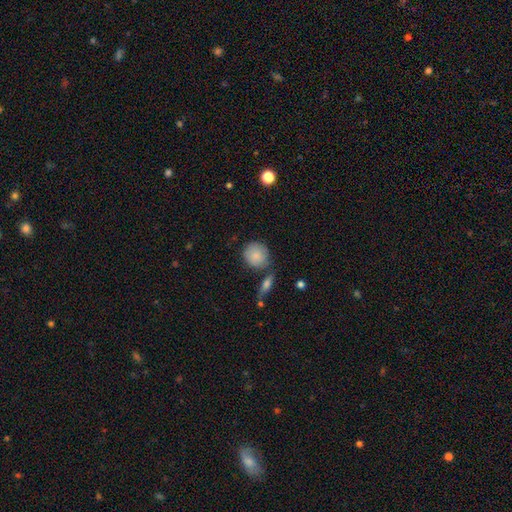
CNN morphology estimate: This is clearly a smooth galaxy (85%). How rounded: clearly round (83%). Merging: likely none (68%).